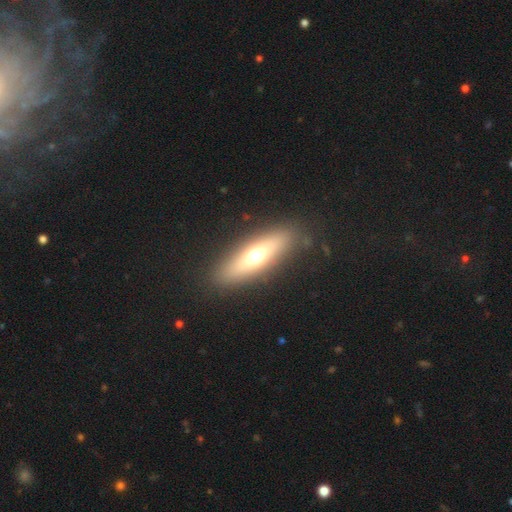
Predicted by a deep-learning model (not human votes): Smooth or featured: smooth — 53% (featured or disk — 38%)
How rounded: cigar-shaped — 55% (in between — 42%)
Merging: none — 87% (minor disturbance — 8%)